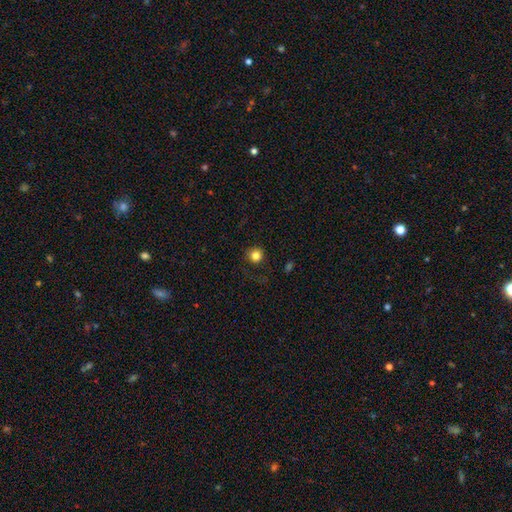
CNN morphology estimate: A smooth galaxy with no disk features (81%) that is round (93%).

Vote fractions:
- Smooth or featured? smooth: 81% / star or artifact: 13% / featured or disk: 7%
- How rounded? round: 93% / in between: 6% / cigar-shaped: 1%
- Merging? none: 82% / minor disturbance: 11% / major disturbance: 6% / merger: 1%